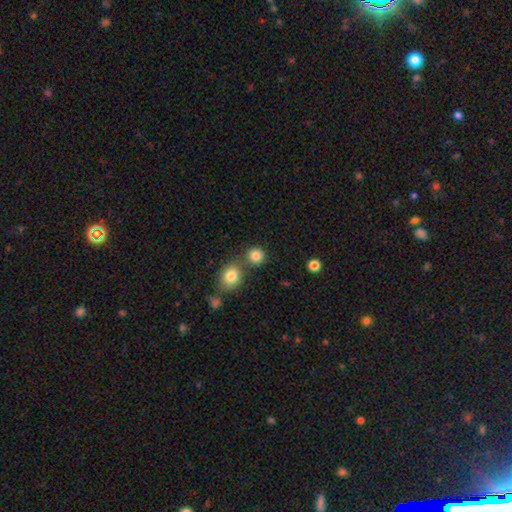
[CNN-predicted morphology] smooth-or-featured: smooth: 83% | star or artifact: 11% | featured or disk: 5%
  how-rounded: round: 89% | in between: 10% | cigar-shaped: 1%
  merging: none: 68% | merger: 21% | minor disturbance: 8% | major disturbance: 3%